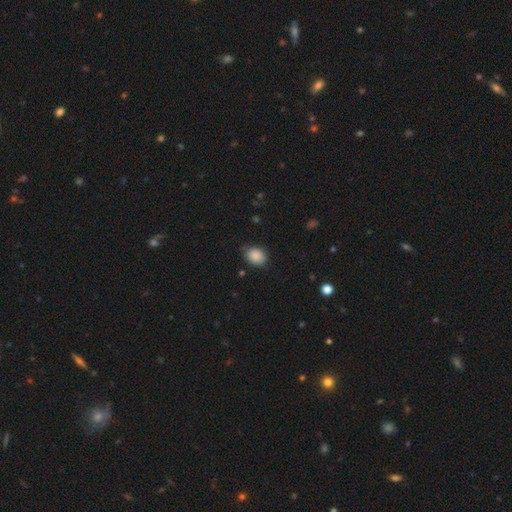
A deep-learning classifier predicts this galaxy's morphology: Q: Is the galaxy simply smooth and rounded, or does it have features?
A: smooth — 88%.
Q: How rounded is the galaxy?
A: in between — 61%.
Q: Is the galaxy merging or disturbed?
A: none — 73%.